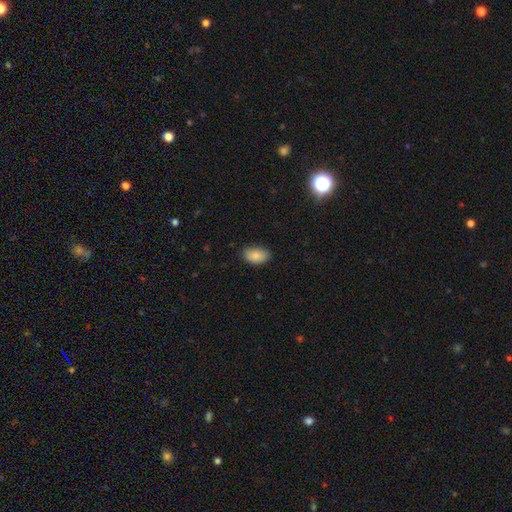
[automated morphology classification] This appears to be a smooth galaxy with no disk features (87%) that is in between round and cigar-shaped (89%). Merging: none (76%).